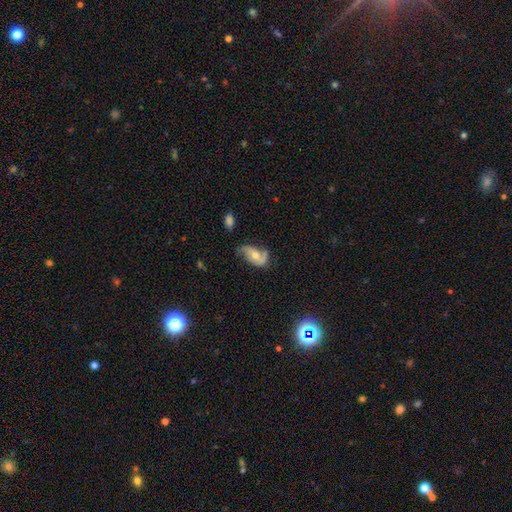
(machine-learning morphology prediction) type=featured or disk (63%); edge-on=no (95%); bar=no (62%); spiral arms=yes (85%); winding=loose (56%); arm count=2 (79%); bulge=moderate (63%); merging=none (47%).